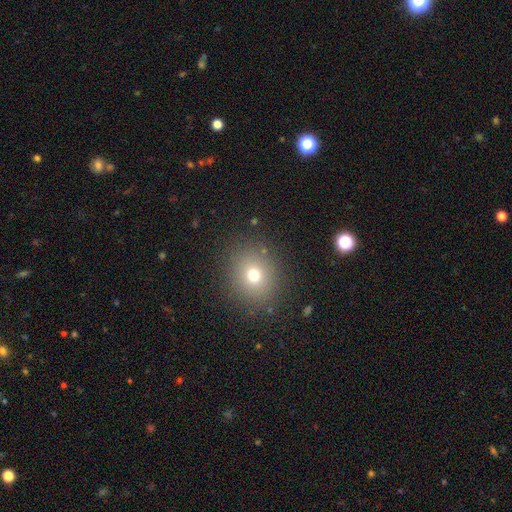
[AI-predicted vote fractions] Smooth or featured: smooth — 64% (star or artifact — 27%)
How rounded: round — 76% (in between — 23%)
Merging: none — 91% (minor disturbance — 6%)